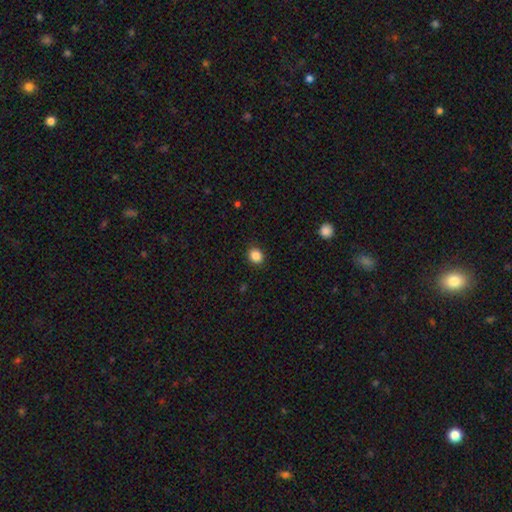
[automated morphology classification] The model was most divided on "how rounded": round: 68%, in between: 31%, cigar-shaped: 1%. More confident: merging — none (90%); smooth or featured — smooth (86%).